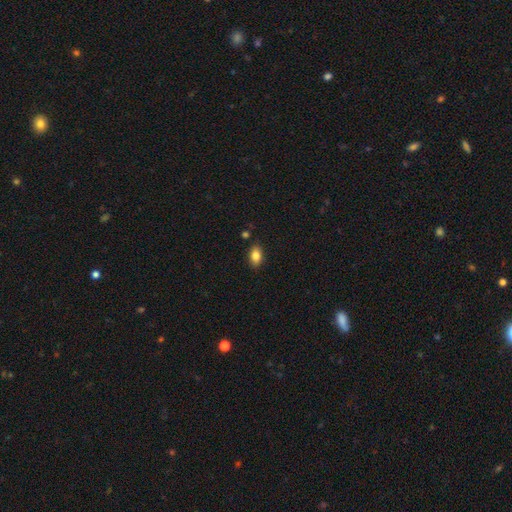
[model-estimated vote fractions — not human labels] smooth 83%, star or artifact 8%, featured or disk 8%. Down the decision tree: how rounded — in between (88%); merging — none (86%).